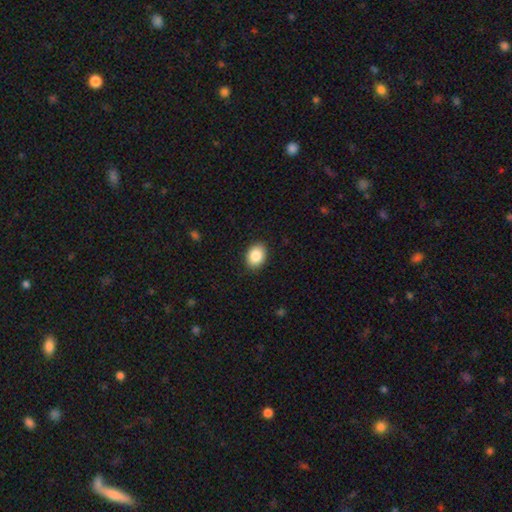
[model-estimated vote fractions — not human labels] smooth_or_featured: smooth (p=0.87) [alt: star or artifact p=0.07]
how_rounded: in between (p=0.72) [alt: round p=0.27]
merging: none (p=0.89) [alt: minor disturbance p=0.08]